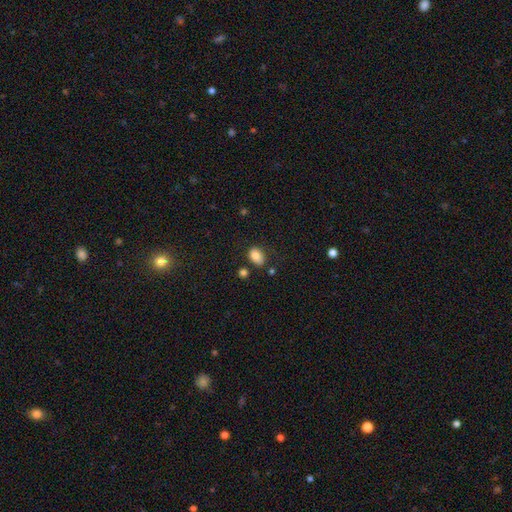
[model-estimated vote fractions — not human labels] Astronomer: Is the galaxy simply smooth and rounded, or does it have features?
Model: smooth — 83%.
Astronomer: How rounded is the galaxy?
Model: in between — 83%.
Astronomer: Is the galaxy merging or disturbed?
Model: none — 71%.